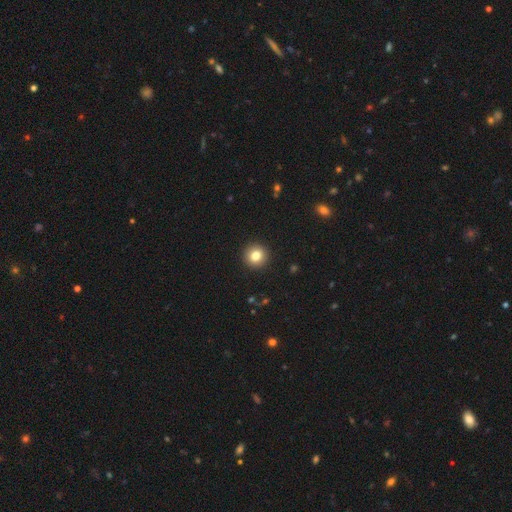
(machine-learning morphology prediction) type=smooth (81%); roundness=round (95%); merging=none (93%).